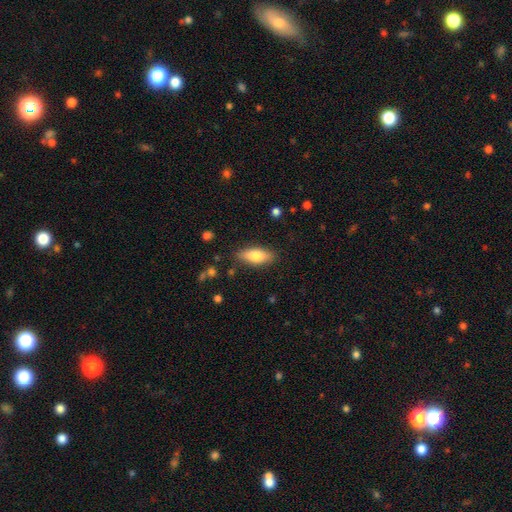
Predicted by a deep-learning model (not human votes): Smooth or featured? smooth (75%)
How rounded? in between (73%)
Merging? none (85%)